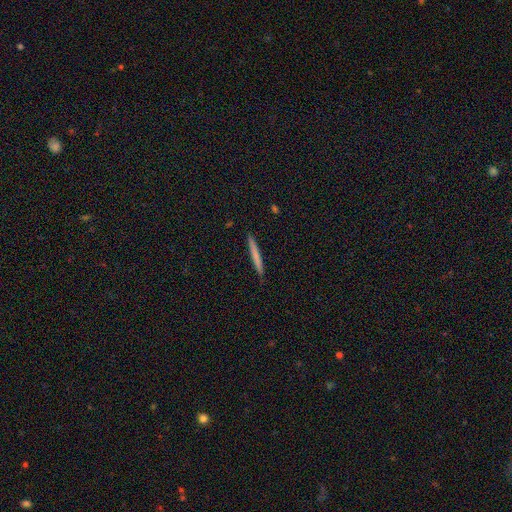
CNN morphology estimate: This appears to be a smooth galaxy with no disk features (69%) that is cigar-shaped (97%). Merging: none (91%).